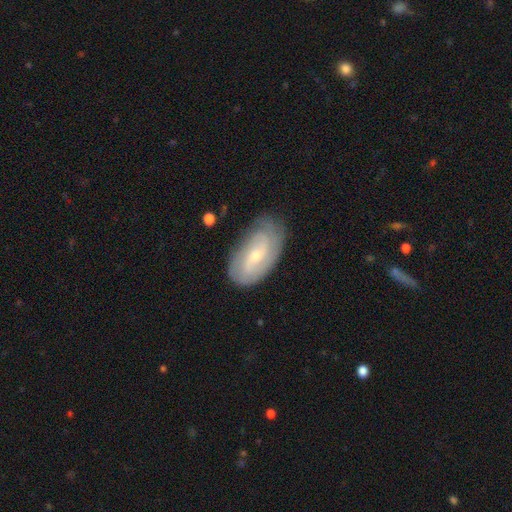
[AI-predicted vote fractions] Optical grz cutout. It shows a featured or disk galaxy (71%) with no bar (44%), tight (53%) spiral arms (86%) and a small central bulge (67%). Merging: none (74%).